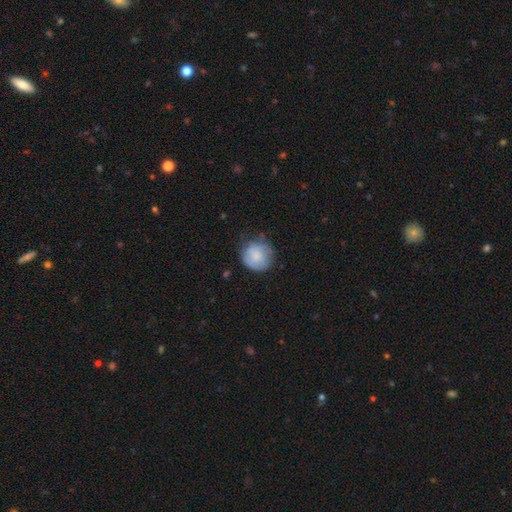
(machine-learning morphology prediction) A smooth galaxy with no disk features (70%) that is round (84%). Merging: none (59%).